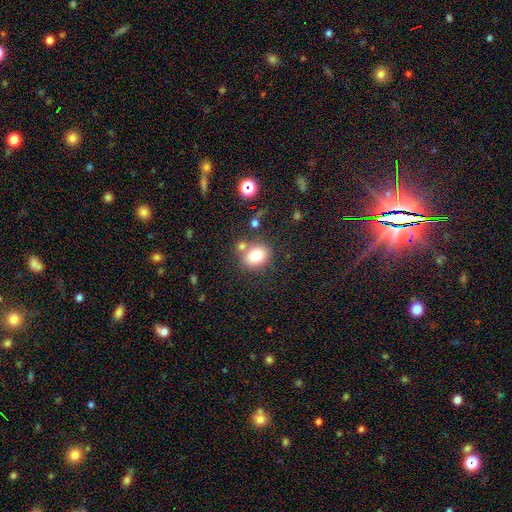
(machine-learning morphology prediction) A smooth galaxy with no disk features (79%) that is in between round and cigar-shaped (53%). Merging: none (68%).